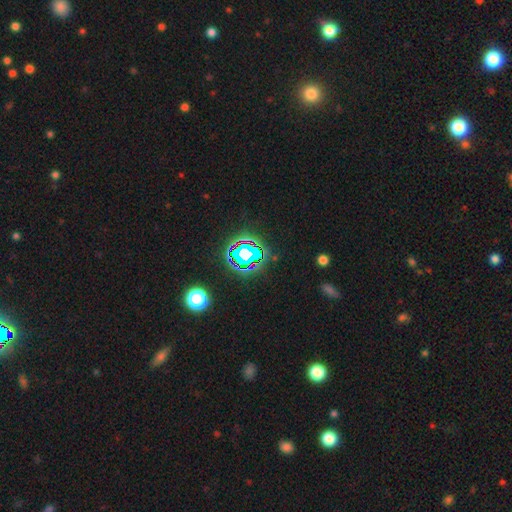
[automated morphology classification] smooth-or-featured: star or artifact: 79% | smooth: 14% | featured or disk: 7%